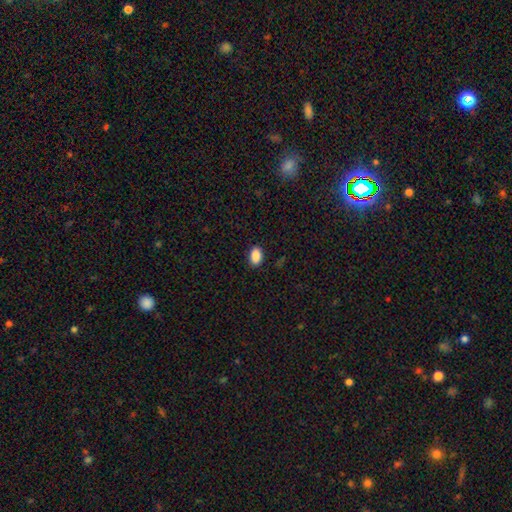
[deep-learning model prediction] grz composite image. It shows a smooth galaxy with no disk features (89%) that is in between round and cigar-shaped (89%). Merging: none (88%).